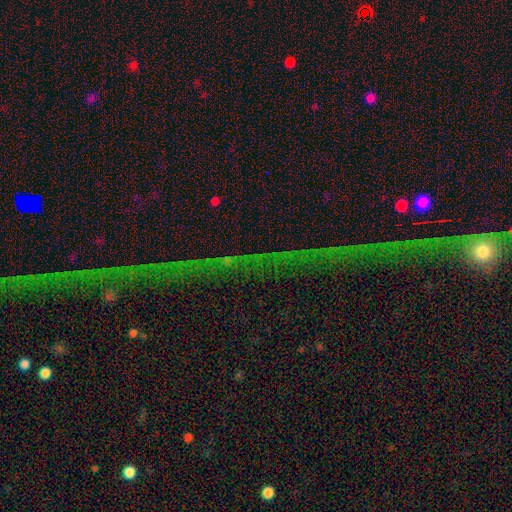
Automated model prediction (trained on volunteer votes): star or artifact 75%, featured or disk 14%, smooth 11%.